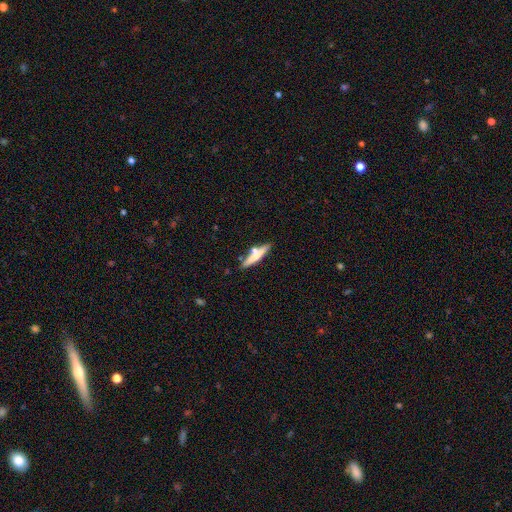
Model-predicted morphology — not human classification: smooth_or_featured: smooth (p=0.55) [alt: featured or disk p=0.39]
how_rounded: cigar-shaped (p=0.85) [alt: in between p=0.13]
merging: none (p=0.69) [alt: merger p=0.15]